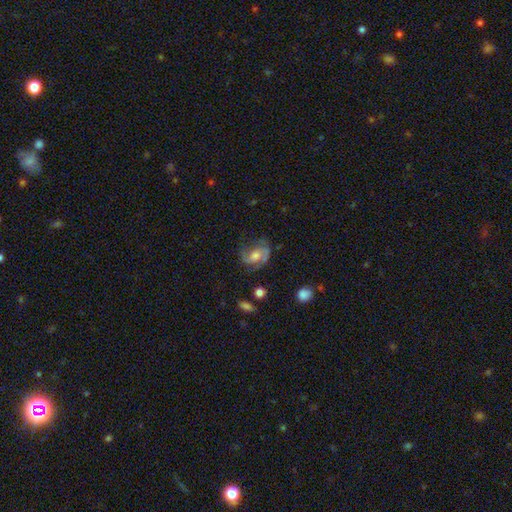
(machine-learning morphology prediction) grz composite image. It shows a featured or disk galaxy (69%) with no bar (60%), 2 (75%) medium (49%) spiral arms (88%) and a moderate central bulge (54%). Merging: none (57%).